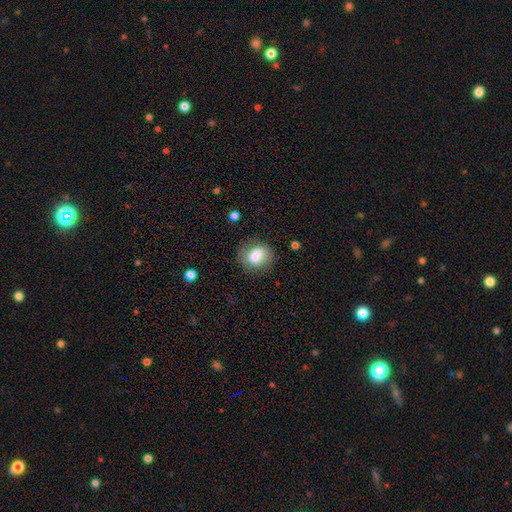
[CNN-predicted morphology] The model was most divided on "how rounded": round: 55%, in between: 43%, cigar-shaped: 1%. More confident: smooth or featured — smooth (78%); merging — none (70%).